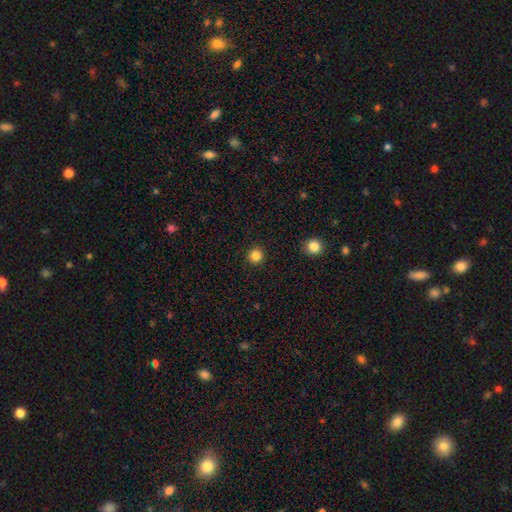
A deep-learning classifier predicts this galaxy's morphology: Smooth or featured: smooth — 85% (star or artifact — 12%)
How rounded: round — 95% (in between — 4%)
Merging: none — 93% (minor disturbance — 4%)